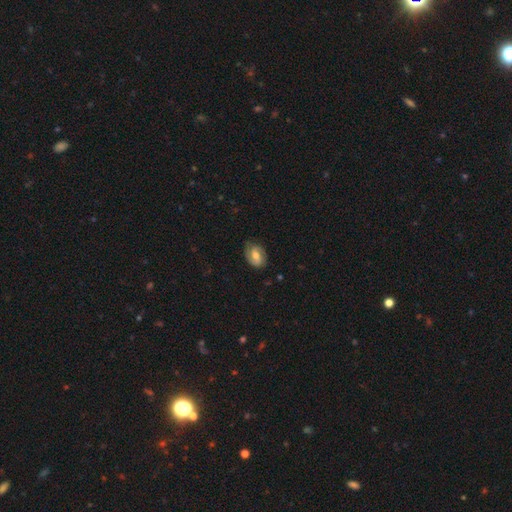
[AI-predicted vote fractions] featured or disk 57%, smooth 35%, star or artifact 7%. Down the decision tree: edge-on disk — no (96%); bar — weak (47%); spiral arms — yes (83%); bulge size — moderate (66%); merging — none (76%).